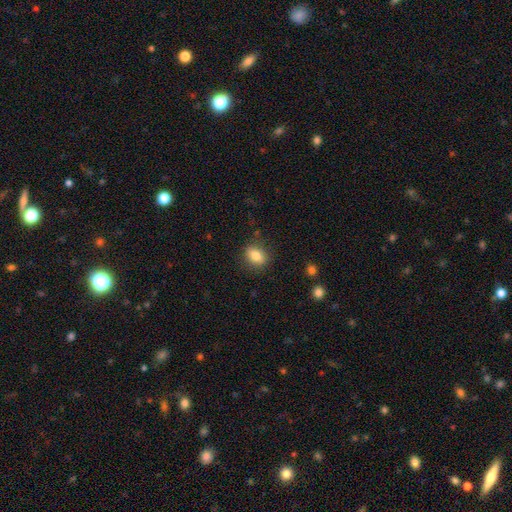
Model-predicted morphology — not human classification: Smooth or featured? Predicted: smooth (p=0.82). How rounded? Predicted: in between (p=0.70). Merging? Predicted: none (p=0.84).